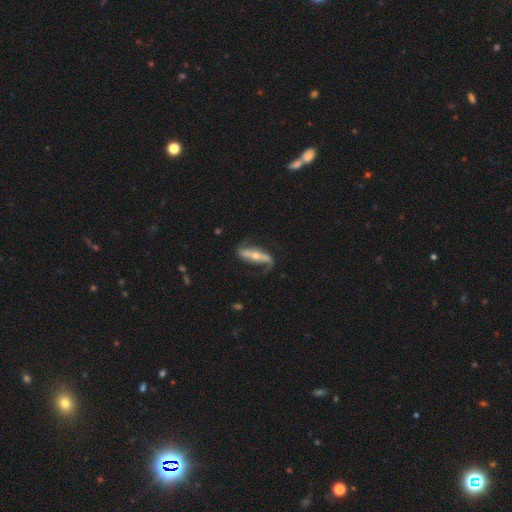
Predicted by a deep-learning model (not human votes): smooth-or-featured: featured or disk: 79% | smooth: 16% | star or artifact: 5%
  disk-edge-on: no: 68% | yes: 32%
    bar: strong: 57% | no: 26% | weak: 18%
    has-spiral-arms: yes: 87% | no: 13%
    bulge-size: moderate: 52% | small: 42% | large: 3% | none: 1% | dominant: 1%
  merging: none: 62% | minor disturbance: 21% | major disturbance: 14% | merger: 2%